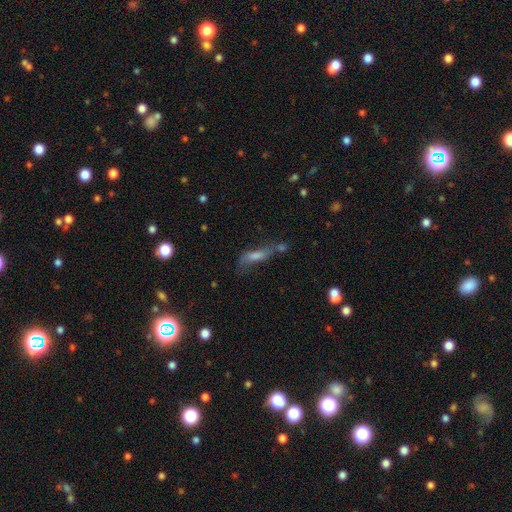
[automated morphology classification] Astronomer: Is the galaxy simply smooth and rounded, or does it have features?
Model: smooth — 61%.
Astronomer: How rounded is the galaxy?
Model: cigar-shaped — 59% (runner-up: in between, 38%).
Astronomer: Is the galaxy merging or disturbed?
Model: none — 34% (runner-up: merger, 26%).